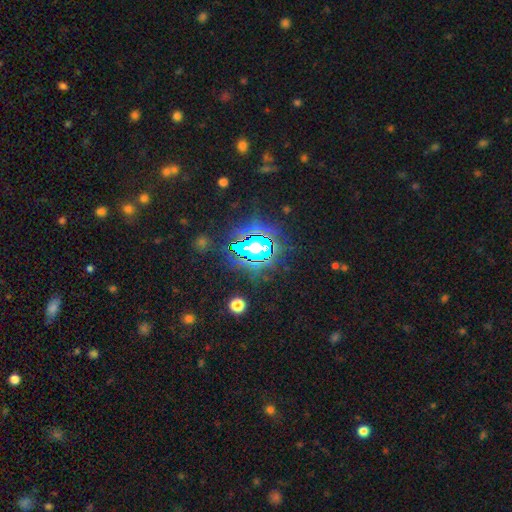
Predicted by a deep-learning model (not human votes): smooth-or-featured: star or artifact: 78% | smooth: 14% | featured or disk: 8%